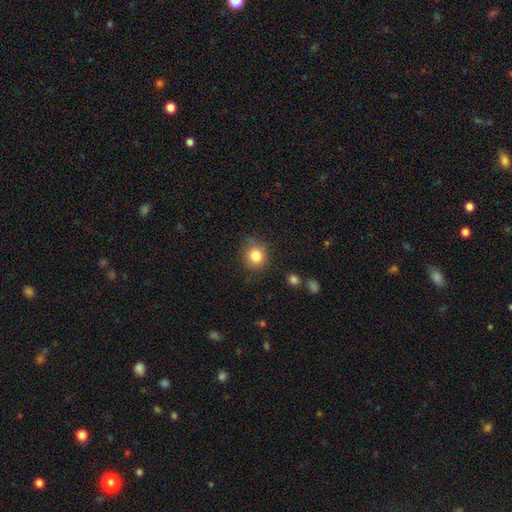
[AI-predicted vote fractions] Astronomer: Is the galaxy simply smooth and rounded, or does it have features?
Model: smooth — 83%.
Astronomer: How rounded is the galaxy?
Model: round — 81%.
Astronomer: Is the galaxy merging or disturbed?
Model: none — 79%.